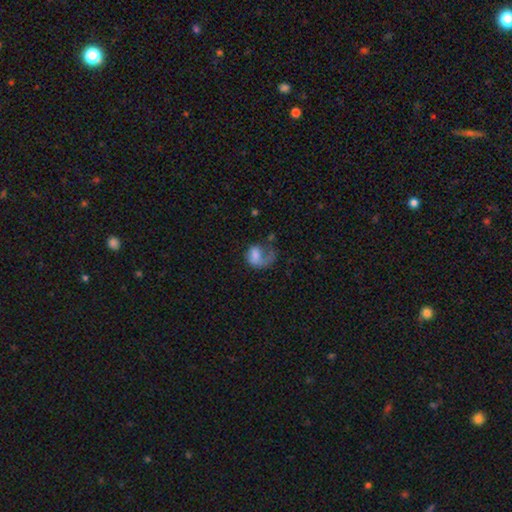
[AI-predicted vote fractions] Smooth or featured? Predicted: smooth (p=0.59). How rounded? Predicted: in between (p=0.64). Merging? Predicted: major disturbance (p=0.56).